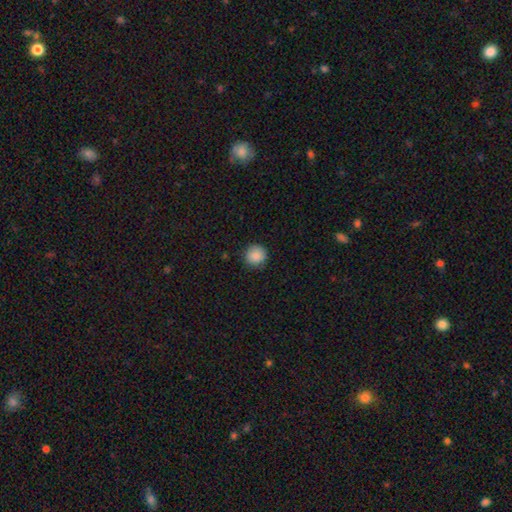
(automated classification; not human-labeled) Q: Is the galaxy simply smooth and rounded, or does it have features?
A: smooth — 88%.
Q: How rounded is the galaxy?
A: round — 94%.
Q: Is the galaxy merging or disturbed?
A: none — 89%.